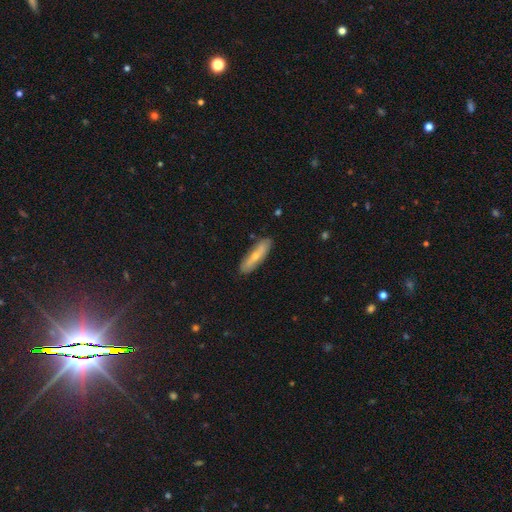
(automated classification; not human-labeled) This is possibly a smooth galaxy (54%). How rounded: likely cigar-shaped (65%). Merging: clearly none (85%).